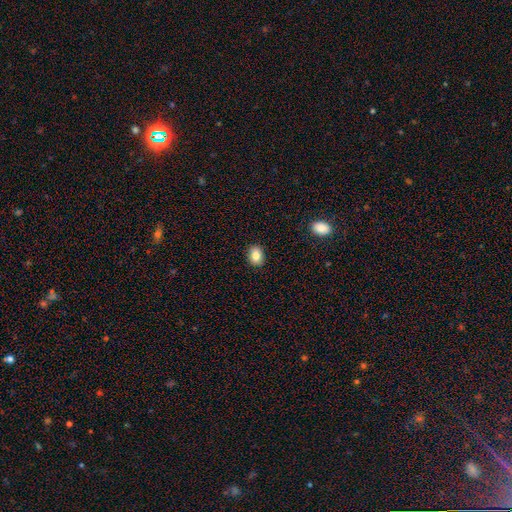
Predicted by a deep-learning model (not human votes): Overall: smooth (82%). How rounded: in between (62%; round 37%). Merging: none (90%).